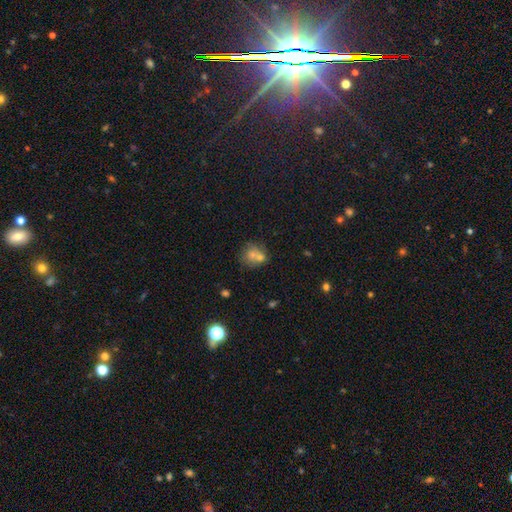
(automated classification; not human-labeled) Overall: smooth (67%). How rounded: round (69%; in between 30%). Merging: merger (45%; none 37%).